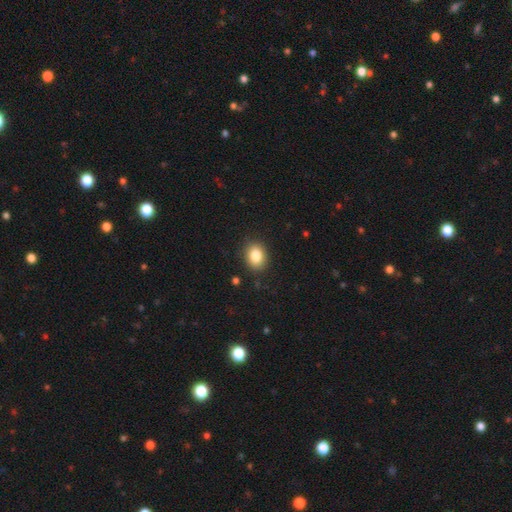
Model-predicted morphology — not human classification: Smooth or featured? smooth (84%)
How rounded? in between (56%)
Merging? none (87%)